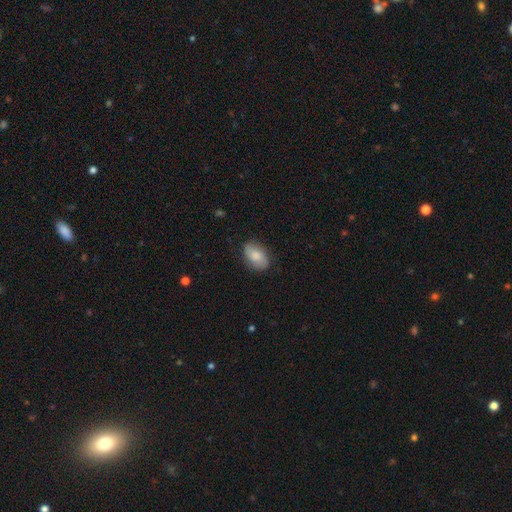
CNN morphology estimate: The model was most divided on "smooth or featured": smooth: 74%, featured or disk: 19%, star or artifact: 7%. More confident: how rounded — in between (90%); merging — none (82%).